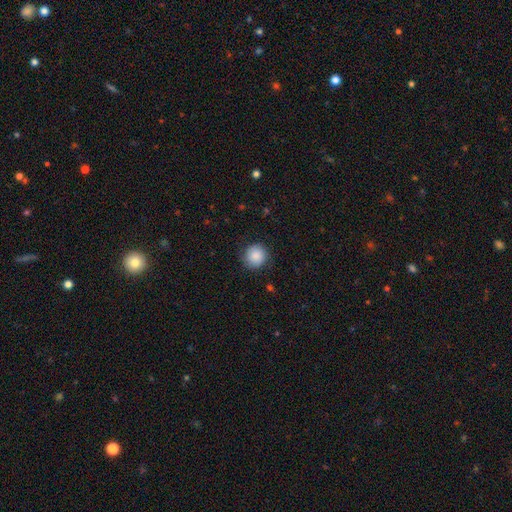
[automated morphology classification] Smooth or featured? Predicted: smooth (p=0.86). How rounded? Predicted: round (p=0.92). Merging? Predicted: none (p=0.84).